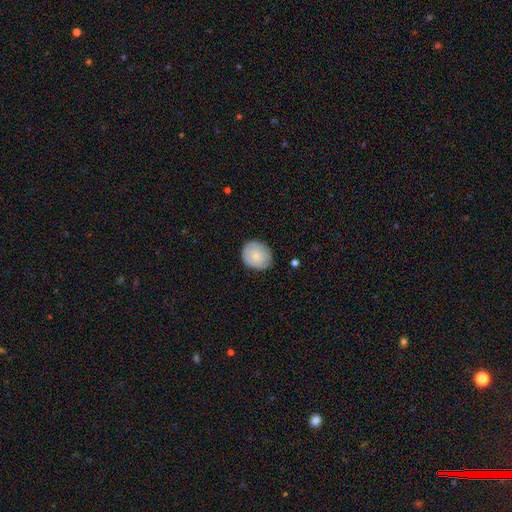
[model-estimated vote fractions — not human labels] A smooth galaxy with no disk features (80%) that is round (61%).

Vote fractions:
- Smooth or featured? smooth: 80% / featured or disk: 14% / star or artifact: 6%
- How rounded? round: 61% / in between: 39% / cigar-shaped: 1%
- Merging? none: 81% / minor disturbance: 15% / major disturbance: 3% / merger: 1%